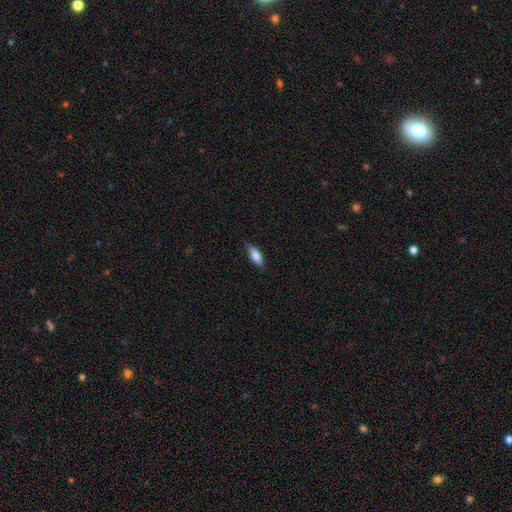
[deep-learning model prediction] smooth-or-featured: smooth: 76% | featured or disk: 17% | star or artifact: 6%
  how-rounded: in between: 65% | cigar-shaped: 32% | round: 2%
  merging: none: 81% | minor disturbance: 15% | major disturbance: 3% | merger: 1%